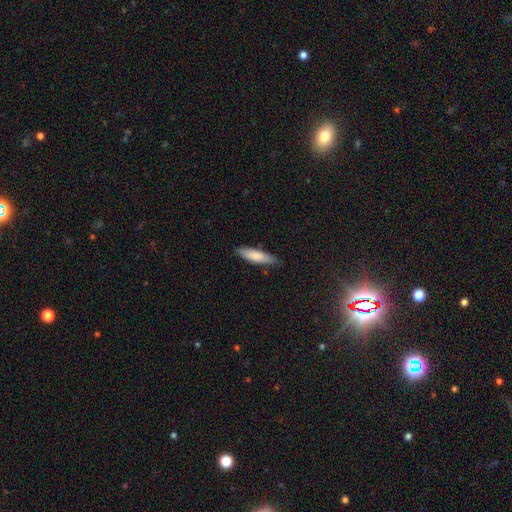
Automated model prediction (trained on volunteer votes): Smooth or featured? smooth (81%)
How rounded? cigar-shaped (67%)
Merging? none (82%)